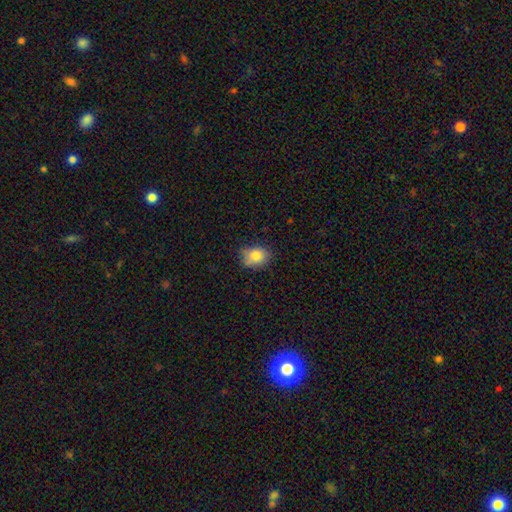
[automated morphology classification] This appears to be a smooth galaxy with no disk features (83%) that is in between round and cigar-shaped (56%). Merging: none (70%).